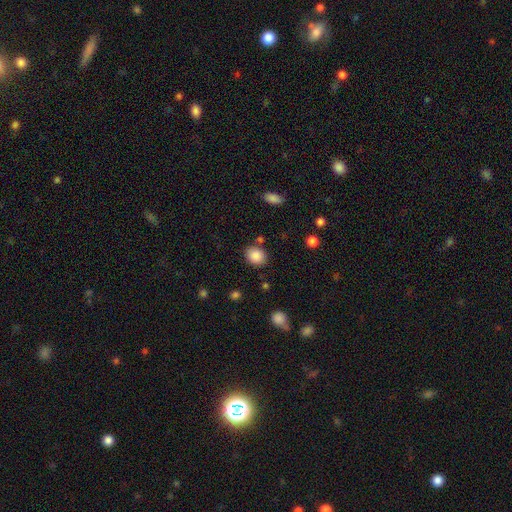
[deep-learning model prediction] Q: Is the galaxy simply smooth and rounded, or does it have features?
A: smooth — 87%.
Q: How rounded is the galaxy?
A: round — 60%.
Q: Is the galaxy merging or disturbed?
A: none — 80%.